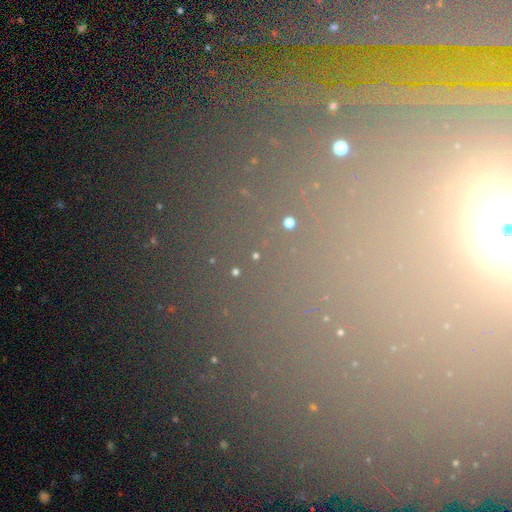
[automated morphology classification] The model was most divided on "smooth or featured": star or artifact: 73%, smooth: 17%, featured or disk: 10%.